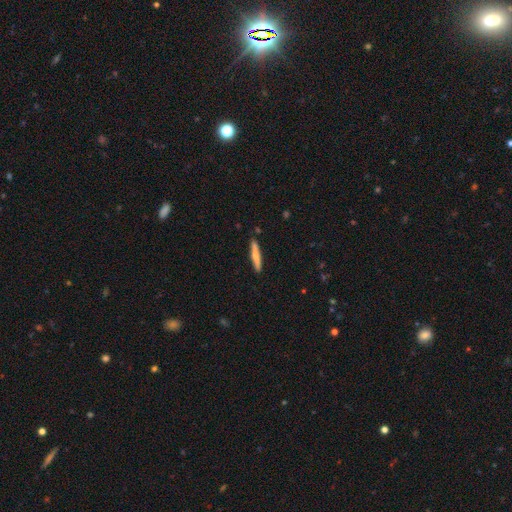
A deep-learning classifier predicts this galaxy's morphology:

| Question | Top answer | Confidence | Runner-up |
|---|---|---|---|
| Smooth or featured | smooth | 60% | featured or disk (35%) |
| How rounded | cigar-shaped | 93% | in between (5%) |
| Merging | none | 89% | minor disturbance (8%) |